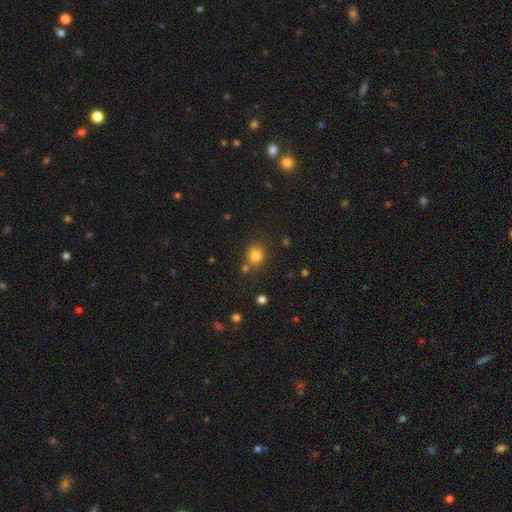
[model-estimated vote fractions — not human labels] A smooth galaxy with no disk features (79%) that is round (73%).

Vote fractions:
- Smooth or featured? smooth: 79% / star or artifact: 14% / featured or disk: 7%
- How rounded? round: 73% / in between: 26% / cigar-shaped: 1%
- Merging? none: 69% / minor disturbance: 14% / merger: 13% / major disturbance: 4%